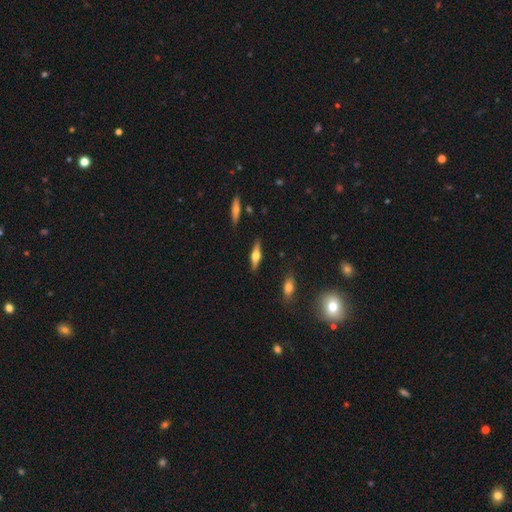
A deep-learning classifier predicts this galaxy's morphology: This is possibly a featured or disk galaxy (58%). It is clearly viewed edge-on (94%). Edge-on bulge: clearly rounded (93%). Merging: clearly none (87%).